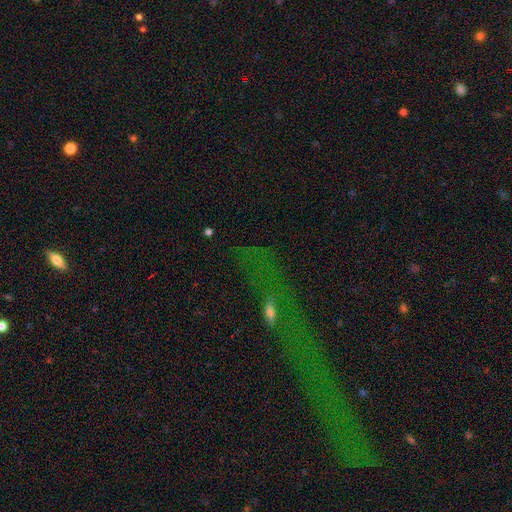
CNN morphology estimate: Smooth or featured? Predicted: star or artifact (p=0.62).